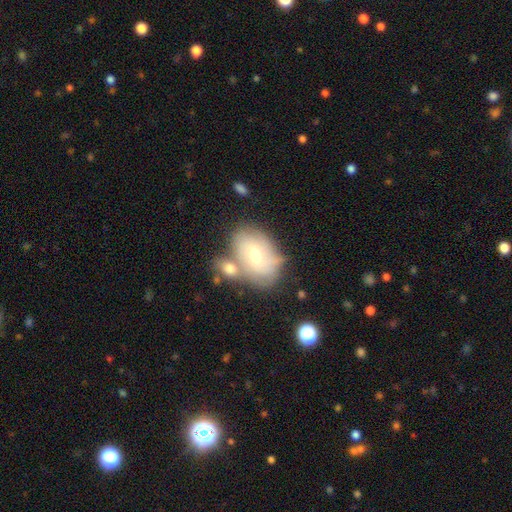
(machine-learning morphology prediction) This is possibly a featured or disk galaxy (48%). Merging: possibly none (47%).